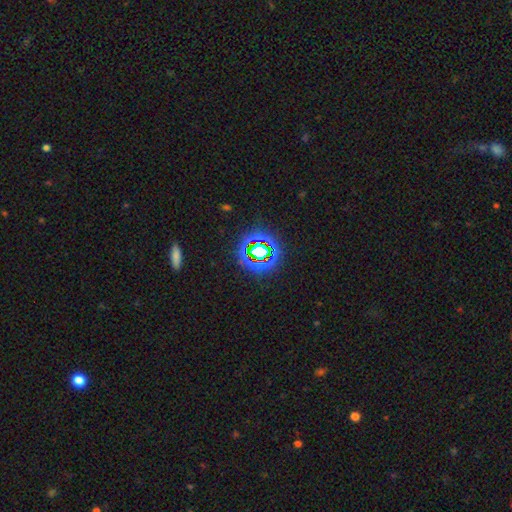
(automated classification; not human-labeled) The model was most divided on "smooth or featured": star or artifact: 70%, smooth: 19%, featured or disk: 11%.